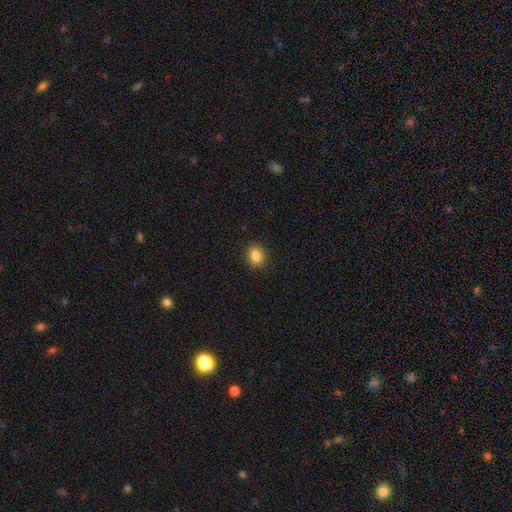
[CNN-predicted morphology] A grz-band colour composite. It shows a smooth galaxy with no disk features (85%) that is in between round and cigar-shaped (63%). Merging: none (90%).